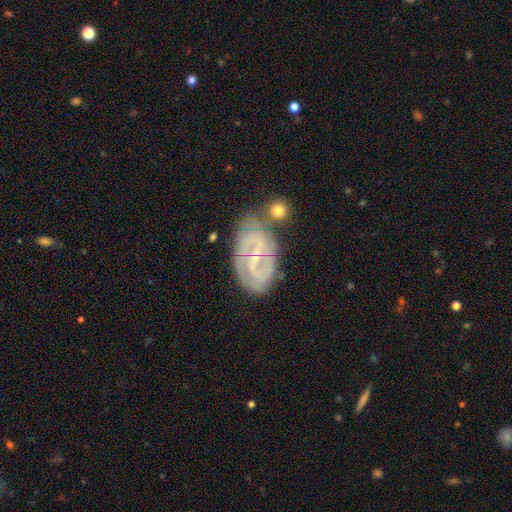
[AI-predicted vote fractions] A featured or disk galaxy (86%) with a strong bar (42%, tied with weak), 2 (74%) tight (54%) spiral arms (95%) and a small central bulge (77%). Merging: none (64%).